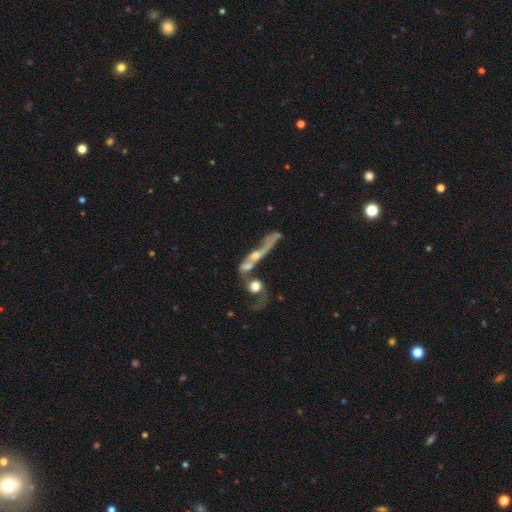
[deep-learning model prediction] Morphology: type=featured or disk (59%); edge-on=yes (55%); merging=merger (51%).